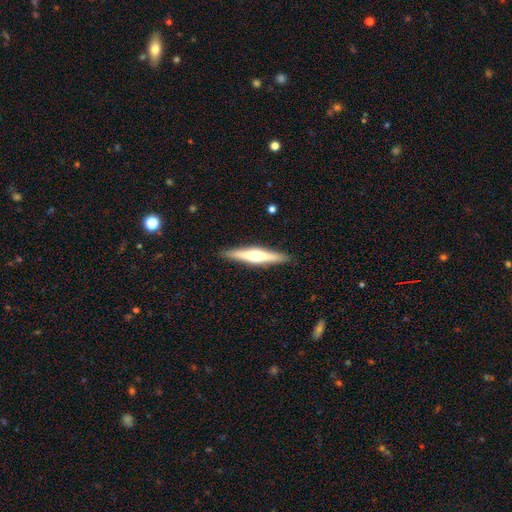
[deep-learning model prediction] Smooth or featured?
  - featured or disk: 63% *
  - smooth: 32%
  - star or artifact: 5%
Edge-on disk?
  - yes: 97% *
  - no: 3%
Edge-on bulge?
  - rounded: 90% *
  - boxy: 6%
  - none: 5%
Merging?
  - none: 90% *
  - minor disturbance: 7%
  - major disturbance: 2%
  - merger: 1%